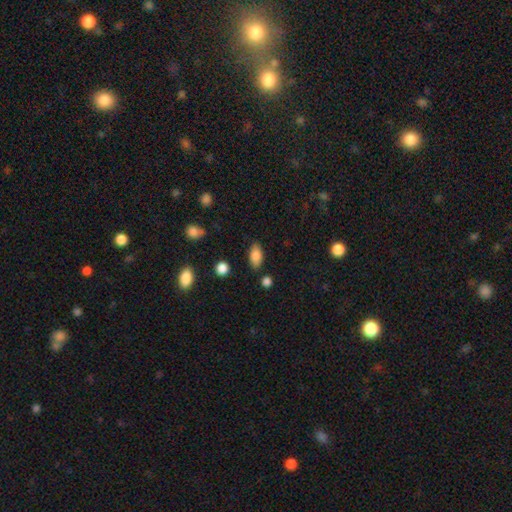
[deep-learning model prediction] Overall: smooth (84%). How rounded: in between (89%). Merging: none (82%).